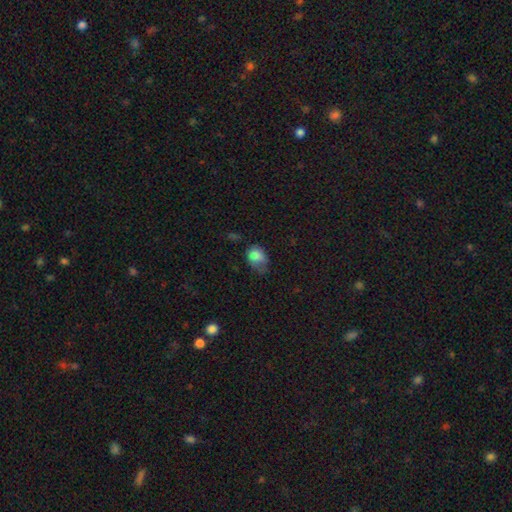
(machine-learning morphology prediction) Q: Smooth or featured?
A: smooth (82%); runner-up: star or artifact (10%)
Q: How rounded?
A: in between (69%); runner-up: round (30%)
Q: Merging?
A: minor disturbance (41%); runner-up: none (31%)